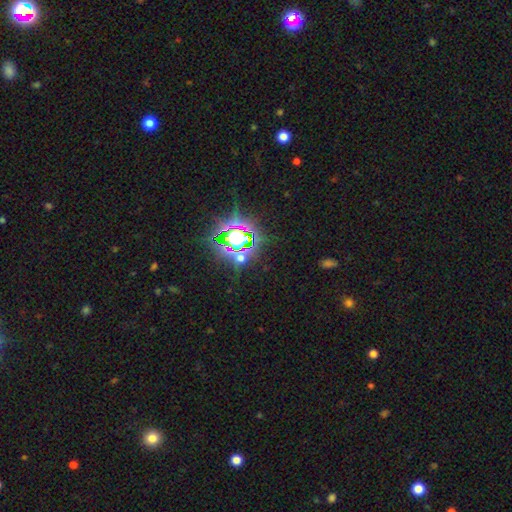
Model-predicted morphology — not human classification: Smooth or featured: star or artifact — 81% (smooth — 11%)